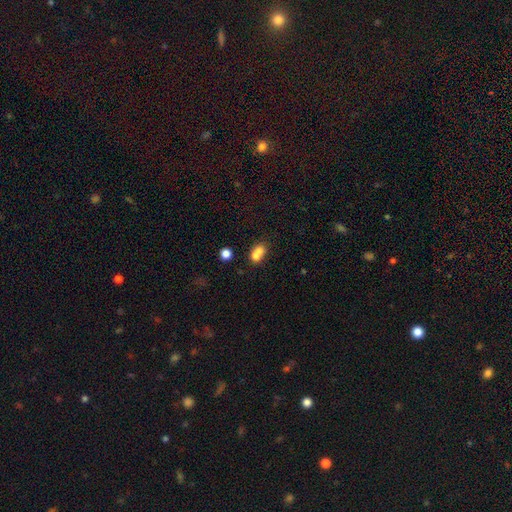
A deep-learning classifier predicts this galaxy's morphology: smooth_or_featured: smooth (p=0.71) [alt: featured or disk p=0.17]
how_rounded: round (p=0.51) [alt: in between p=0.47]
merging: merger (p=0.63) [alt: none p=0.26]